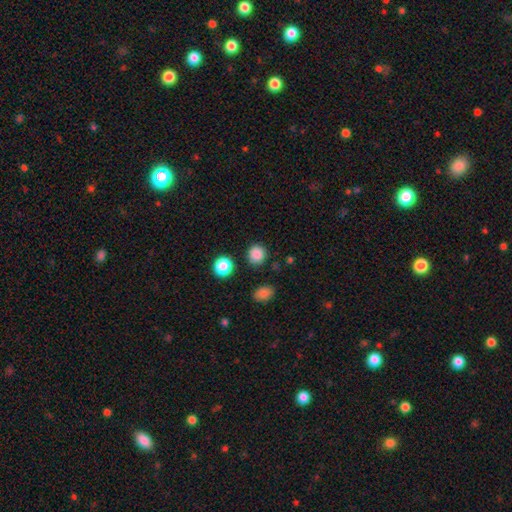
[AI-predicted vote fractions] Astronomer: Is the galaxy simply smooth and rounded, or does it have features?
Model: smooth — 85%.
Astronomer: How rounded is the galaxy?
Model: round — 88%.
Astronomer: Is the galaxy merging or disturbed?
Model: none — 87%.